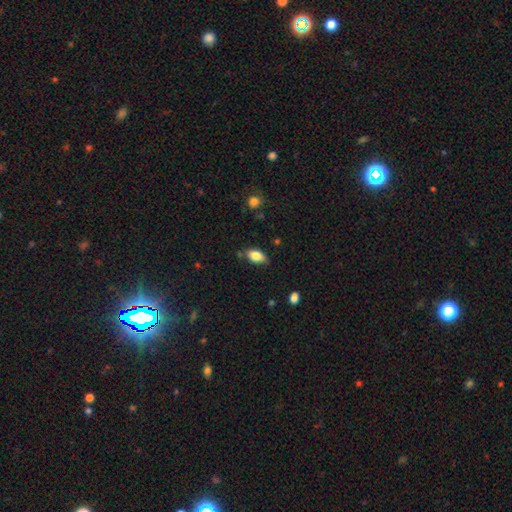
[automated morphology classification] A smooth galaxy with no disk features (83%) that is in between round and cigar-shaped (91%). Merging: none (77%).